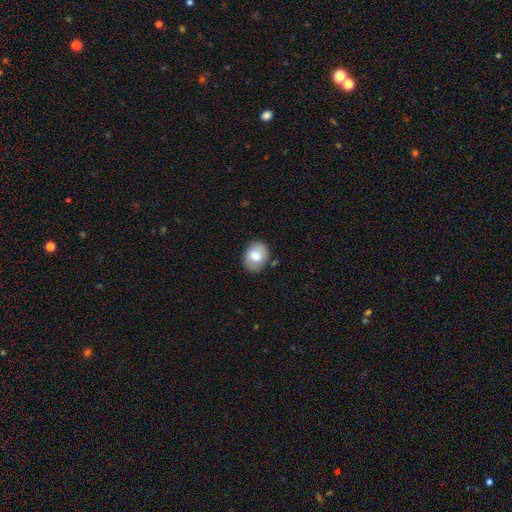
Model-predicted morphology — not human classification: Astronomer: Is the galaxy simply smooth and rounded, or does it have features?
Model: smooth — 73%.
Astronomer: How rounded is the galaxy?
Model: in between — 58% (runner-up: round, 42%).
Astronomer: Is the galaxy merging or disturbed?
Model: none — 81%.